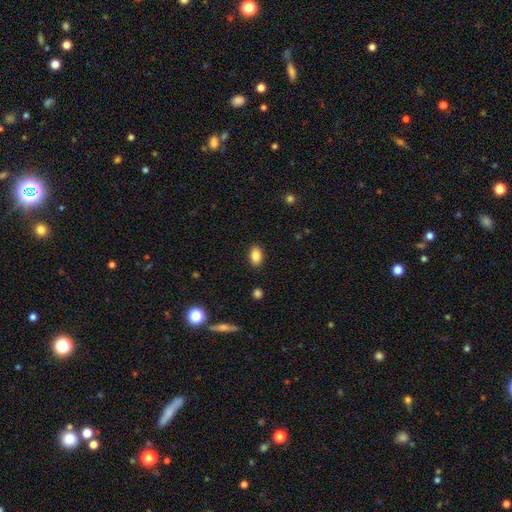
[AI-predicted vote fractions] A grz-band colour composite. It shows a smooth galaxy with no disk features (86%) that is in between round and cigar-shaped (87%). Merging: none (89%).